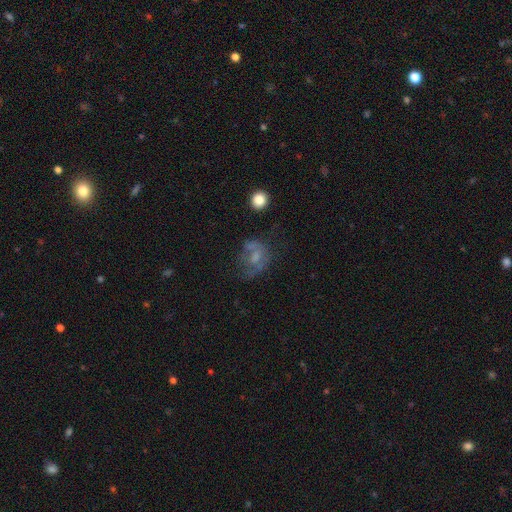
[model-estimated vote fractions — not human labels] featured or disk 46%, smooth 38%, star or artifact 16%. Down the decision tree: merging — none (37%).